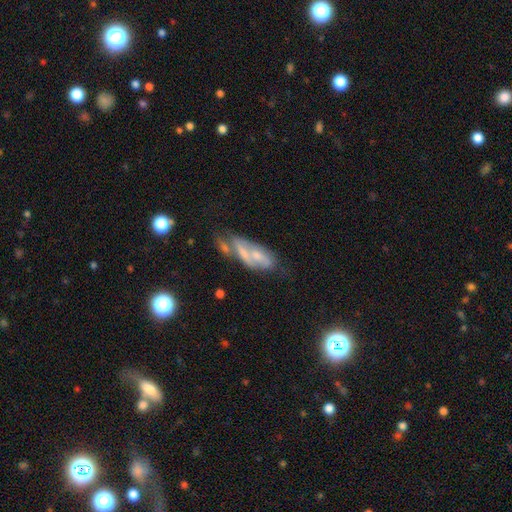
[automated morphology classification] Smooth or featured?
  - featured or disk: 56% *
  - smooth: 35%
  - star or artifact: 9%
Edge-on disk?
  - no: 84% *
  - yes: 16%
Merging?
  - none: 29% *
  - merger: 28%
  - minor disturbance: 23%
  - major disturbance: 20%